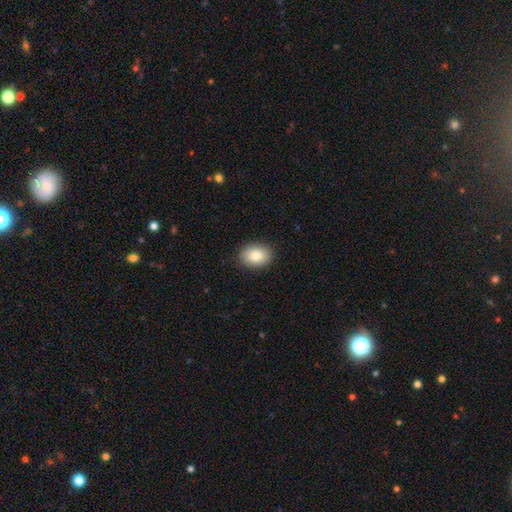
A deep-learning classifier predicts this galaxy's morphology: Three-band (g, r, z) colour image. It shows a smooth galaxy with no disk features (85%) that is in between round and cigar-shaped (67%). Merging: none (89%).